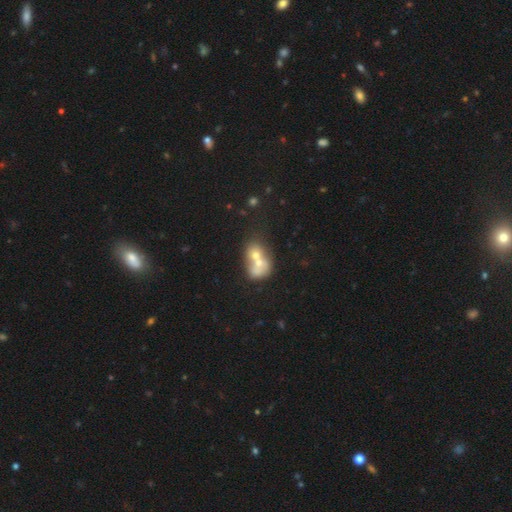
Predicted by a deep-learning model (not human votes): smooth 55%, featured or disk 33%, star or artifact 13%. Down the decision tree: how rounded — in between (50%); merging — merger (73%).